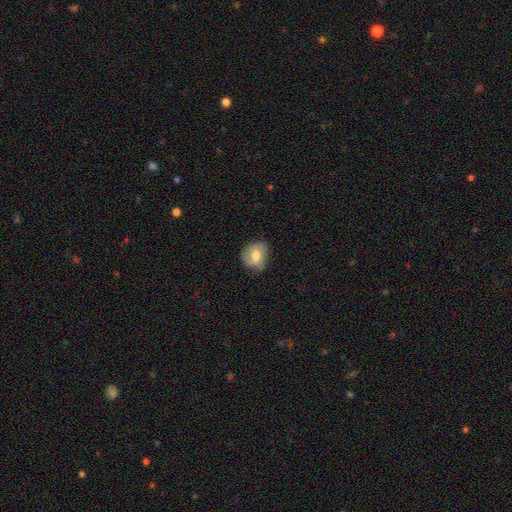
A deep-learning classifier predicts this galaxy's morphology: This appears to be a smooth galaxy with no disk features (62%) that is round (63%). Merging: none (61%).